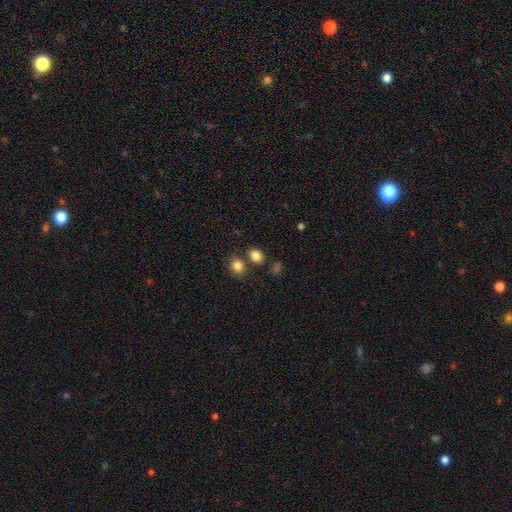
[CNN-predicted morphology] This is clearly a smooth galaxy (84%). How rounded: possibly in between (57%). Merging: likely none (70%).